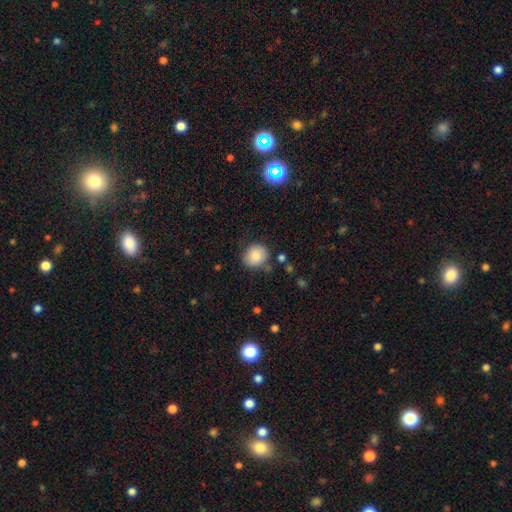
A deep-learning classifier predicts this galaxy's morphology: smooth-or-featured: smooth: 86% | star or artifact: 8% | featured or disk: 6%
  how-rounded: round: 75% | in between: 24% | cigar-shaped: 1%
  merging: none: 77% | minor disturbance: 16% | major disturbance: 4% | merger: 3%